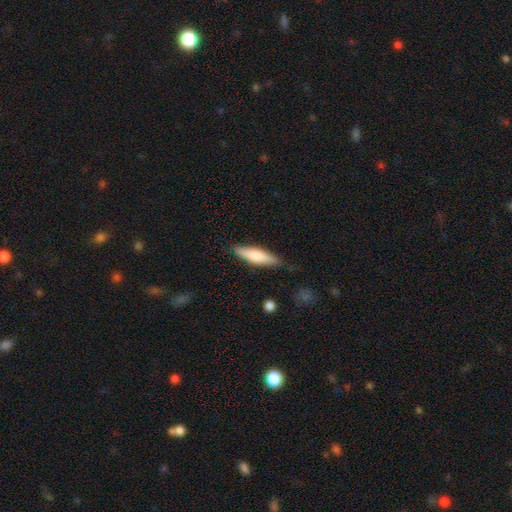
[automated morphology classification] type=smooth (74%); roundness=cigar-shaped (63%); merging=none (80%).